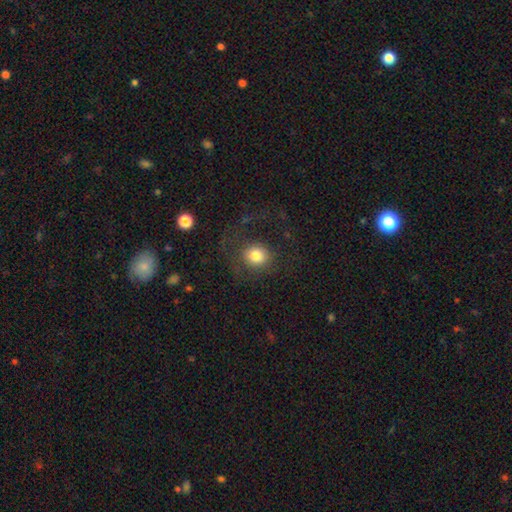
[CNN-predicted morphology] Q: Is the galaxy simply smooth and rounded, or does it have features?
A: smooth — 76%.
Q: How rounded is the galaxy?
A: round — 84%.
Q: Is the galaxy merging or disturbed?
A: none — 67%.